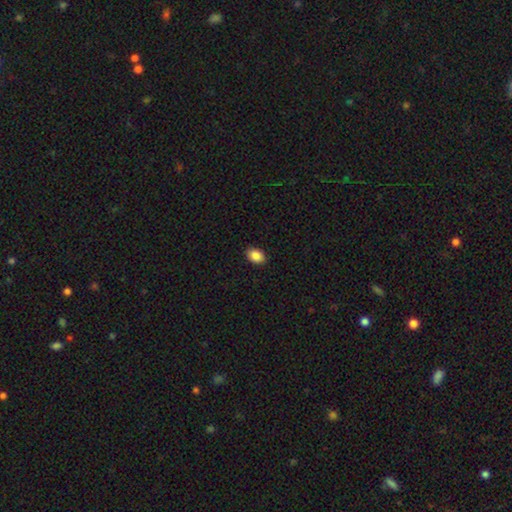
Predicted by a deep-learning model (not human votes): smooth_or_featured: smooth (p=0.88) [alt: star or artifact p=0.08]
how_rounded: in between (p=0.77) [alt: round p=0.22]
merging: none (p=0.90) [alt: minor disturbance p=0.07]